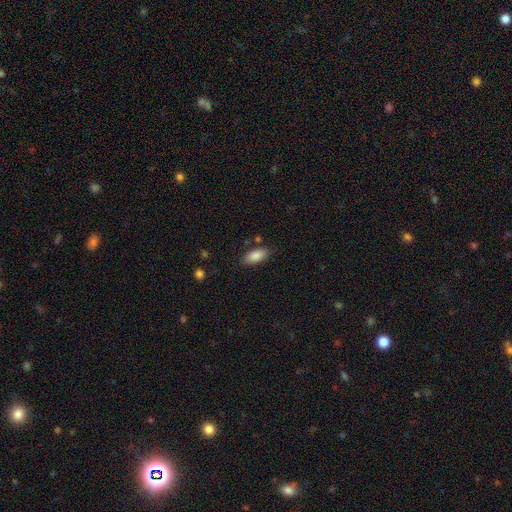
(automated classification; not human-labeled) Morphology: type=smooth (86%); roundness=in between (86%); merging=none (82%).